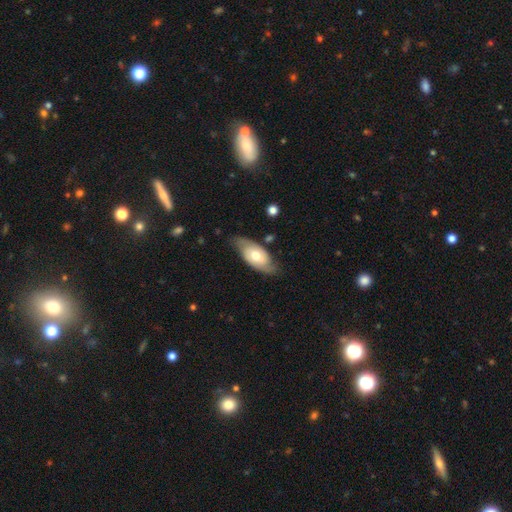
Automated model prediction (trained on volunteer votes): Q: Smooth or featured?
A: featured or disk (57%); runner-up: smooth (38%)
Q: Edge-on disk?
A: no (87%); runner-up: yes (13%)
Q: Merging?
A: none (73%); runner-up: minor disturbance (20%)